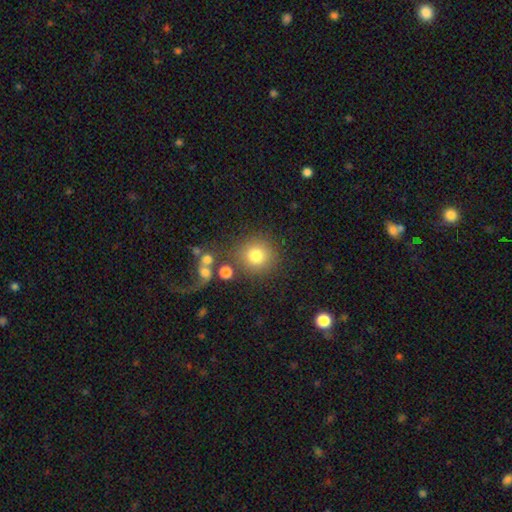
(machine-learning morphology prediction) Smooth or featured: smooth — 78% (star or artifact — 12%)
How rounded: round — 92% (in between — 7%)
Merging: none — 77% (minor disturbance — 10%)